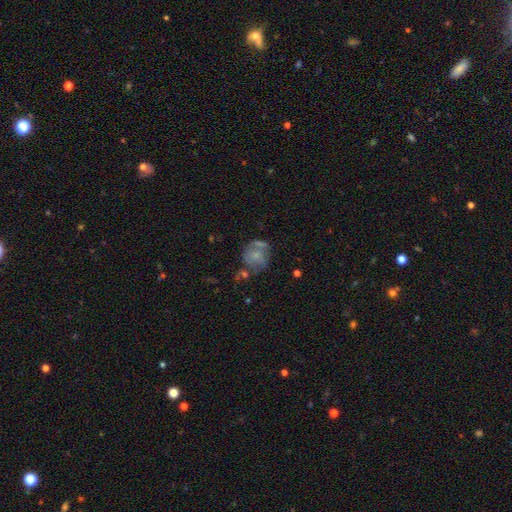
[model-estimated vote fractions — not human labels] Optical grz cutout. It shows a smooth galaxy with no disk features (49%). Merging: none (40%).